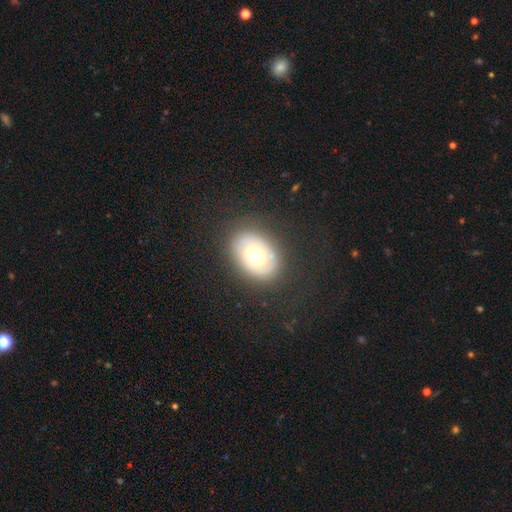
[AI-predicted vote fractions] Smooth or featured?
  - featured or disk: 47% *
  - smooth: 44%
  - star or artifact: 9%
Merging?
  - none: 80% *
  - minor disturbance: 13%
  - major disturbance: 6%
  - merger: 1%